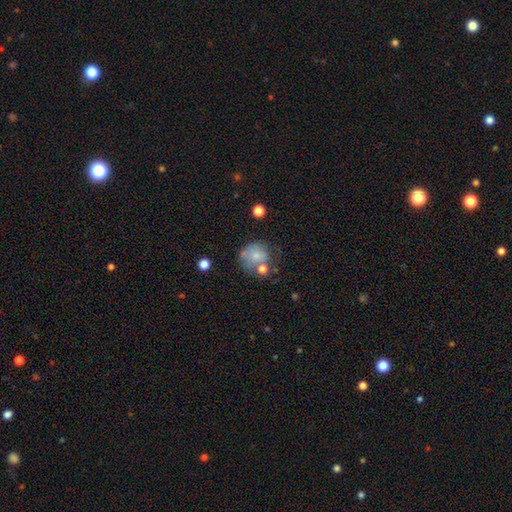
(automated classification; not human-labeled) Smooth or featured? smooth (72%)
How rounded? round (79%)
Merging? none (44%)